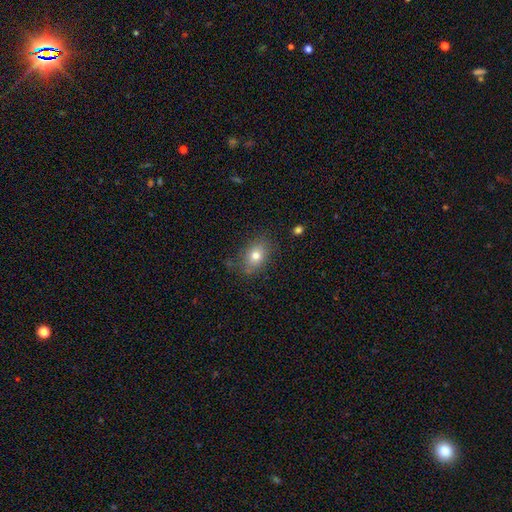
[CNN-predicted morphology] Q: Smooth or featured?
A: smooth (77%); runner-up: featured or disk (13%)
Q: How rounded?
A: in between (72%); runner-up: round (26%)
Q: Merging?
A: none (78%); runner-up: minor disturbance (16%)